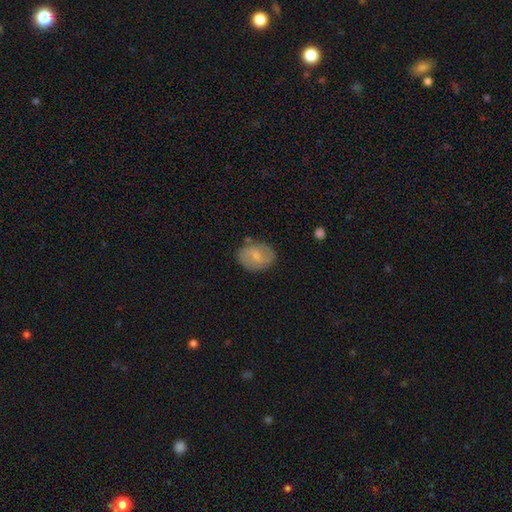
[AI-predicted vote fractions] A smooth galaxy with no disk features (52%) that is in between round and cigar-shaped (68%). Merging: none (76%).